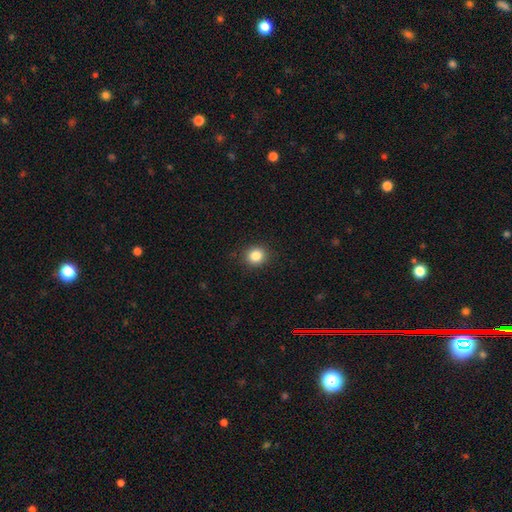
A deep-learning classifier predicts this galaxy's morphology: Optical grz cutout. It shows a smooth galaxy with no disk features (84%) that is round (83%). Merging: none (91%).